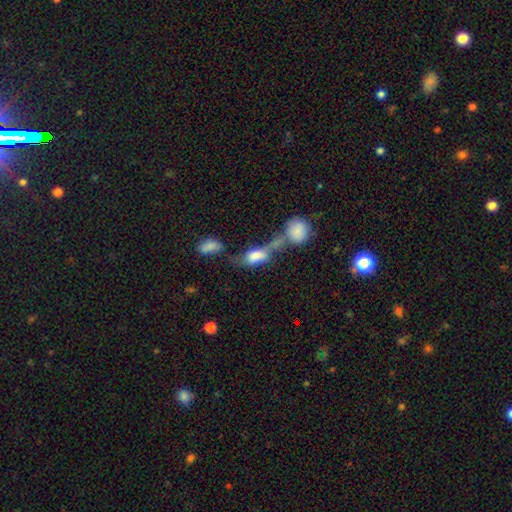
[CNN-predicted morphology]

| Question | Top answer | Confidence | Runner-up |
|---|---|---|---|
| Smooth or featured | smooth | 64% | featured or disk (26%) |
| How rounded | in between | 78% | cigar-shaped (14%) |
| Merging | merger | 54% | none (18%) |